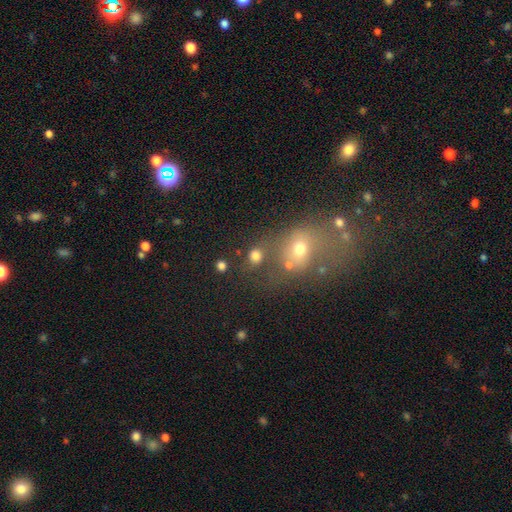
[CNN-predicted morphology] The model was most divided on "merging": none: 59%, merger: 21%, minor disturbance: 12%, major disturbance: 7%. More confident: smooth or featured — smooth (76%); how rounded — round (70%).